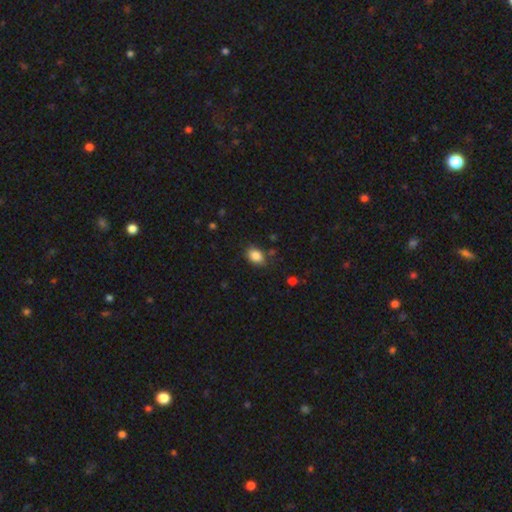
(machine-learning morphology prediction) A smooth galaxy with no disk features (86%) that is in between round and cigar-shaped (76%).

Vote fractions:
- Smooth or featured? smooth: 86% / star or artifact: 9% / featured or disk: 5%
- How rounded? in between: 76% / round: 23% / cigar-shaped: 1%
- Merging? none: 79% / minor disturbance: 15% / major disturbance: 3% / merger: 2%